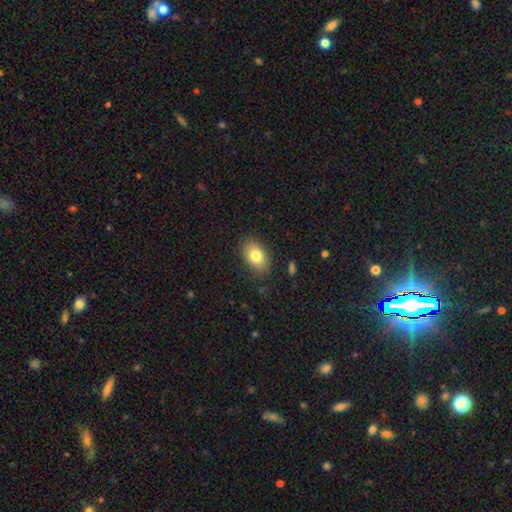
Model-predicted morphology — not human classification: Q: Smooth or featured?
A: smooth (81%); runner-up: featured or disk (11%)
Q: How rounded?
A: in between (87%); runner-up: round (11%)
Q: Merging?
A: none (85%); runner-up: minor disturbance (11%)